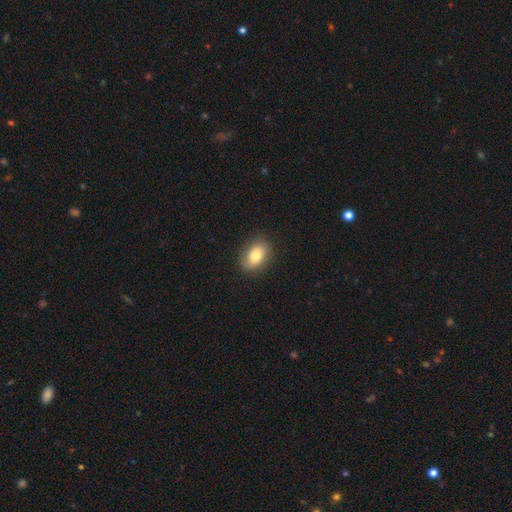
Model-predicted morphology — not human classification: Smooth or featured?
  - smooth: 76% *
  - featured or disk: 15%
  - star or artifact: 8%
How rounded?
  - in between: 81% *
  - round: 17%
  - cigar-shaped: 1%
Merging?
  - none: 84% *
  - minor disturbance: 12%
  - major disturbance: 3%
  - merger: 1%